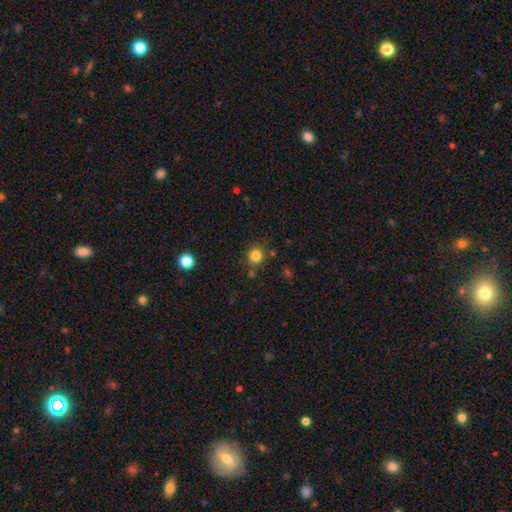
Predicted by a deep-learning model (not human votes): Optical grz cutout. It shows a smooth galaxy with no disk features (82%) that is round (87%). Merging: none (81%).